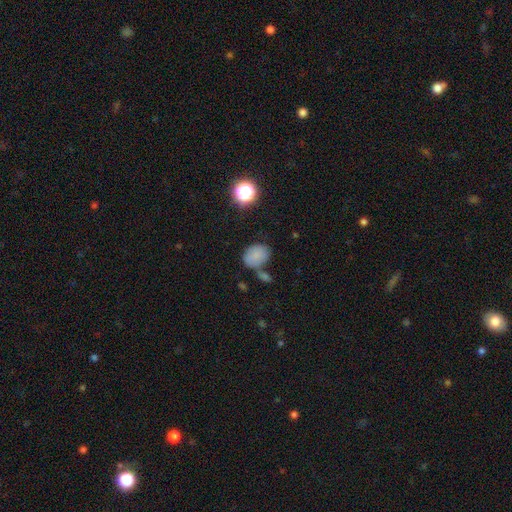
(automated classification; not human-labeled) Smooth or featured?
  - smooth: 78% *
  - star or artifact: 12%
  - featured or disk: 9%
How rounded?
  - in between: 66% *
  - round: 33%
  - cigar-shaped: 1%
Merging?
  - none: 54% *
  - minor disturbance: 20%
  - merger: 19%
  - major disturbance: 7%